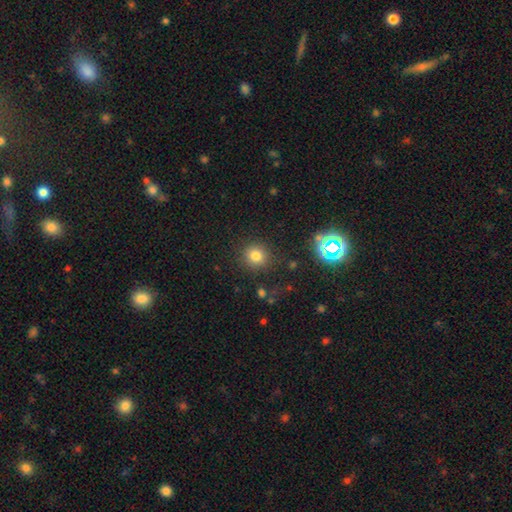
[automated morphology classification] Smooth or featured? smooth (77%)
How rounded? round (88%)
Merging? none (86%)